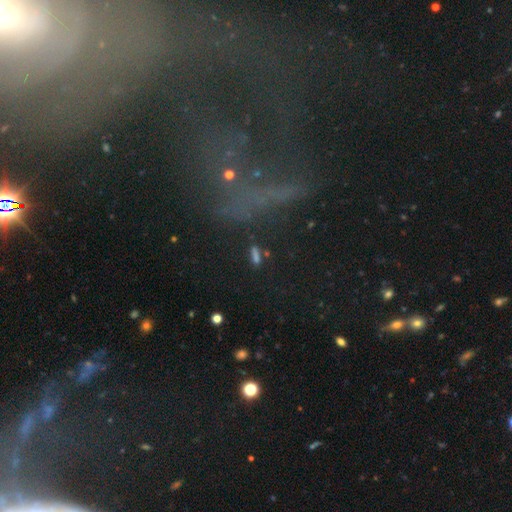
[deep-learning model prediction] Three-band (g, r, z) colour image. It shows a star or artifact, not a galaxy (45%).